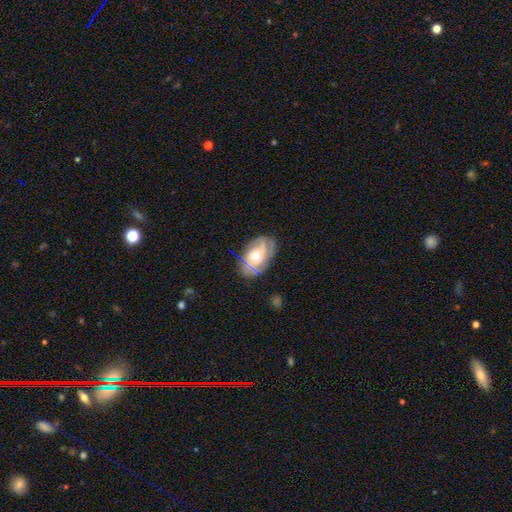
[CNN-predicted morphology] Smooth or featured?
  - featured or disk: 78% *
  - smooth: 15%
  - star or artifact: 7%
Edge-on disk?
  - no: 95% *
  - yes: 5%
Bar?
  - no: 72% *
  - weak: 22%
  - strong: 6%
Spiral arms?
  - yes: 89% *
  - no: 11%
Spiral winding?
  - tight: 59% *
  - medium: 31%
  - loose: 10%
Spiral arm count?
  - can't tell: 31% *
  - 2: 29%
  - 3: 24%
  - 4: 7%
  - 1: 5%
  - more than 4: 4%
Bulge size?
  - moderate: 65% *
  - small: 29%
  - large: 3%
  - none: 1%
  - dominant: 1%
Merging?
  - none: 74% *
  - minor disturbance: 18%
  - major disturbance: 6%
  - merger: 2%